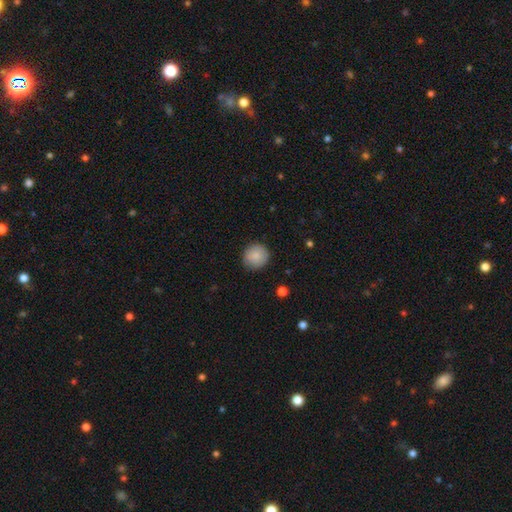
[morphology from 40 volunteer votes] A smooth galaxy with no disk features (78%) that is round (94%). Merging: none (89%).